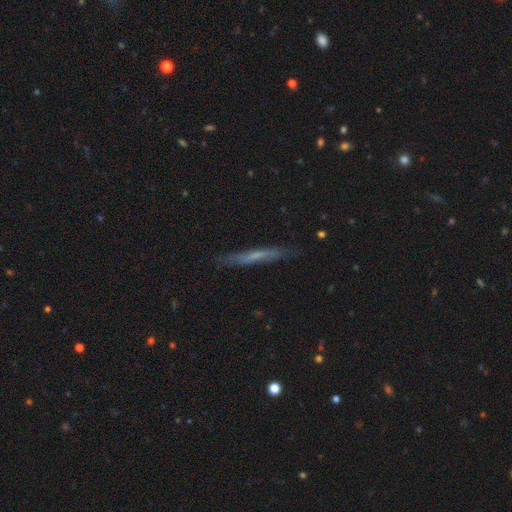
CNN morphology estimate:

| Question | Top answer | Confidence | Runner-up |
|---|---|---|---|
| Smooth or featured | featured or disk | 49% | smooth (43%) |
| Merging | none | 83% | minor disturbance (13%) |